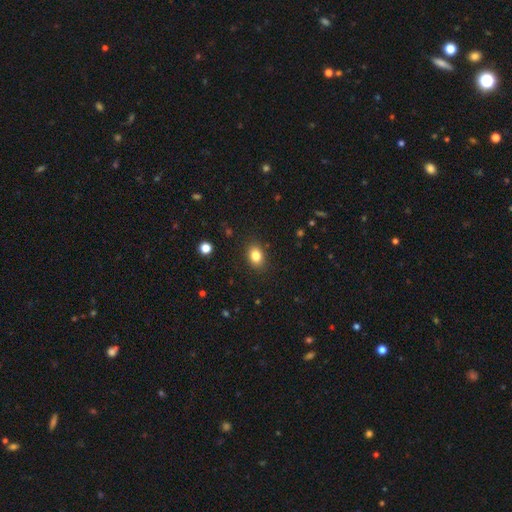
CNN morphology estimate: A smooth galaxy with no disk features (83%) that is in between round and cigar-shaped (66%). Merging: none (88%).